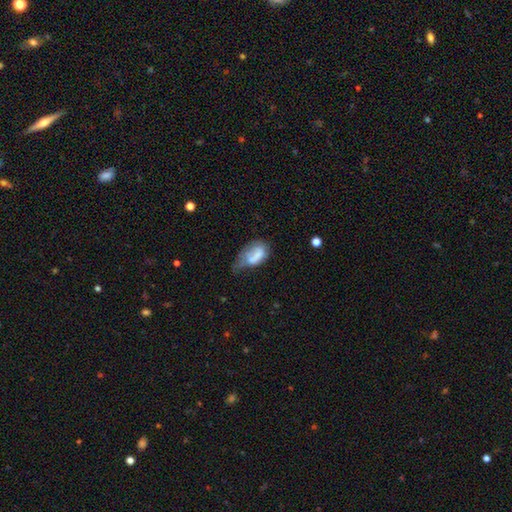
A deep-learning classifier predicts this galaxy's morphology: Smooth or featured? Predicted: smooth (p=0.63). How rounded? Predicted: in between (p=0.87). Merging? Predicted: major disturbance (p=0.39).